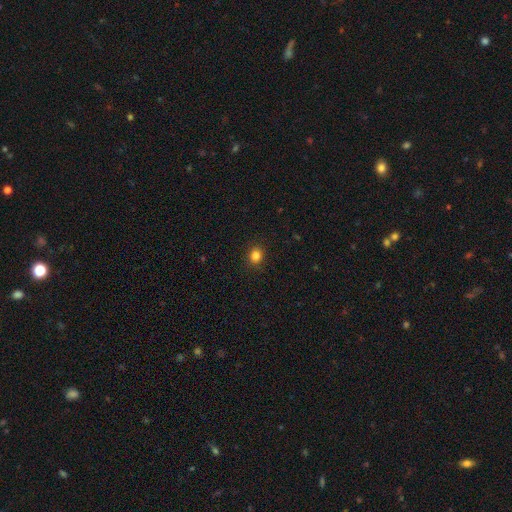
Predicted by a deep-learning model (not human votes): smooth_or_featured: smooth (p=0.83) [alt: star or artifact p=0.12]
how_rounded: round (p=0.74) [alt: in between p=0.25]
merging: none (p=0.90) [alt: minor disturbance p=0.07]